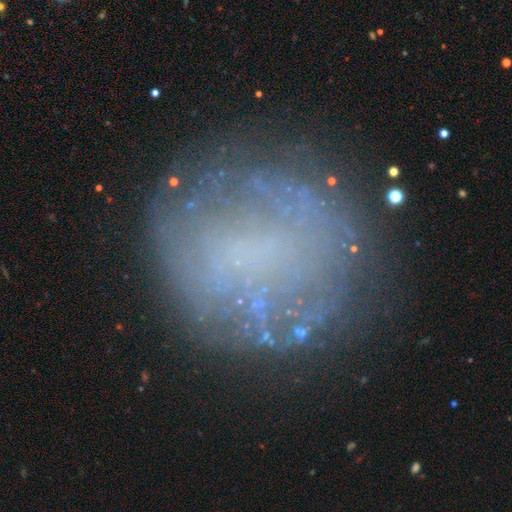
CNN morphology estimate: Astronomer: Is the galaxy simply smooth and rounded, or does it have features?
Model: featured or disk — 42% (runner-up: smooth, 41%).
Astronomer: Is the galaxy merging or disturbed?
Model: none — 74%.